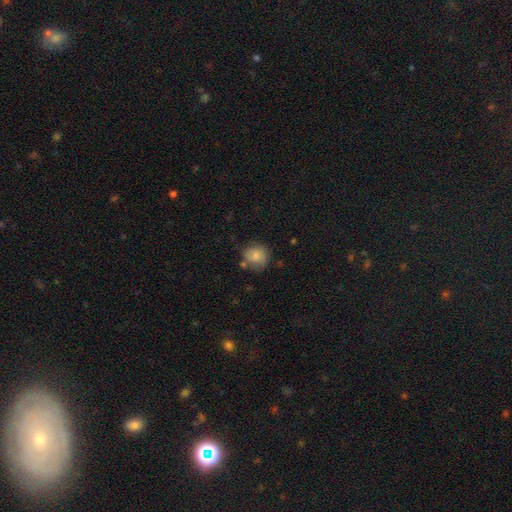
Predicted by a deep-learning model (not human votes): This appears to be a smooth galaxy with no disk features (78%) that is round (83%). Merging: none (66%).